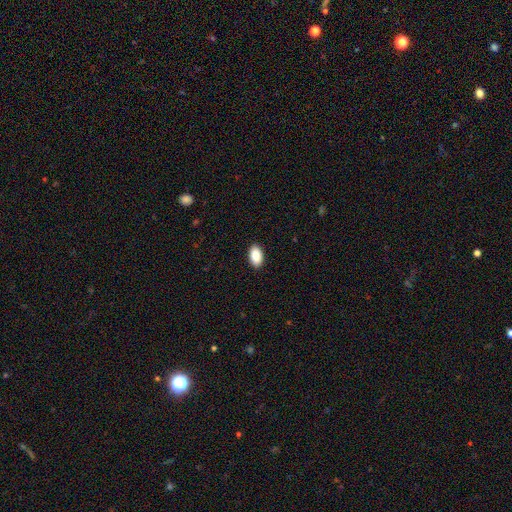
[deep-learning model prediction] Smooth or featured?
  - smooth: 90% *
  - star or artifact: 6%
  - featured or disk: 3%
How rounded?
  - in between: 94% *
  - round: 4%
  - cigar-shaped: 2%
Merging?
  - none: 90% *
  - minor disturbance: 7%
  - major disturbance: 2%
  - merger: 1%